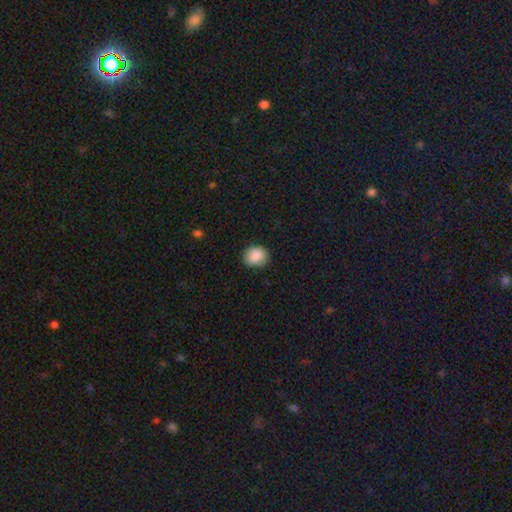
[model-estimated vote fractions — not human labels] Q: Smooth or featured?
A: smooth (88%); runner-up: star or artifact (8%)
Q: How rounded?
A: round (64%); runner-up: in between (35%)
Q: Merging?
A: none (83%); runner-up: minor disturbance (13%)